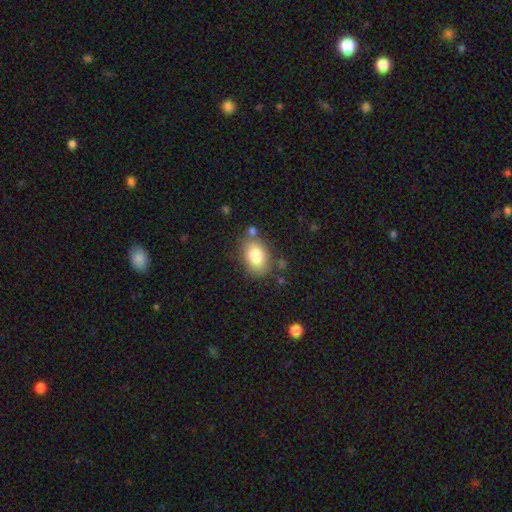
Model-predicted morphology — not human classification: Smooth or featured?
  - smooth: 83% *
  - featured or disk: 10%
  - star or artifact: 8%
How rounded?
  - in between: 82% *
  - round: 16%
  - cigar-shaped: 1%
Merging?
  - none: 74% *
  - minor disturbance: 15%
  - merger: 7%
  - major disturbance: 4%